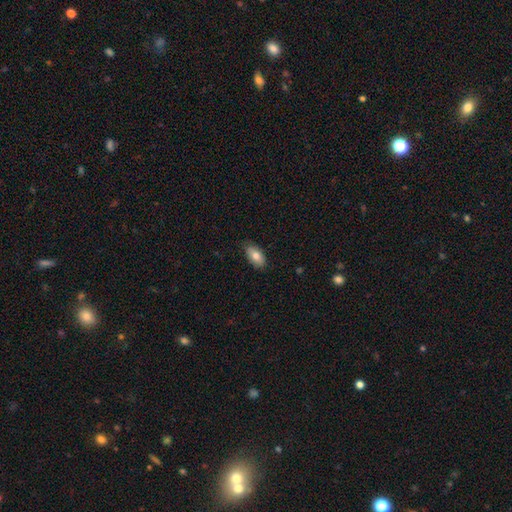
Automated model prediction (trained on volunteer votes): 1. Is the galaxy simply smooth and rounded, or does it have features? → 78% smooth, 15% featured or disk, 7% star or artifact.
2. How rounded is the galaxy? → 92% in between, 4% cigar-shaped, 4% round.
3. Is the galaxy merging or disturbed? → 80% none, 16% minor disturbance, 2% major disturbance, 1% merger.